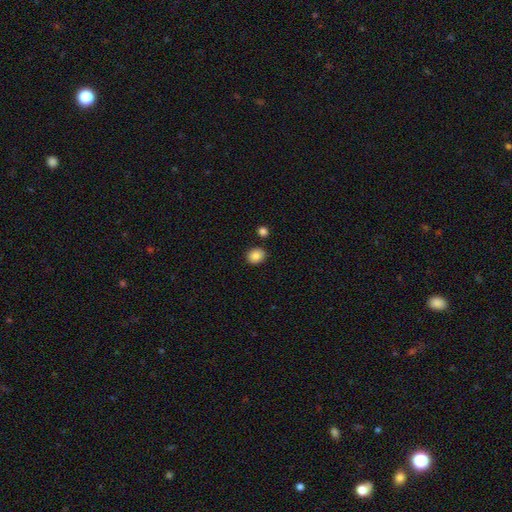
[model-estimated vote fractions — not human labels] Smooth or featured? Predicted: smooth (p=0.85). How rounded? Predicted: round (p=0.66). Merging? Predicted: none (p=0.86).